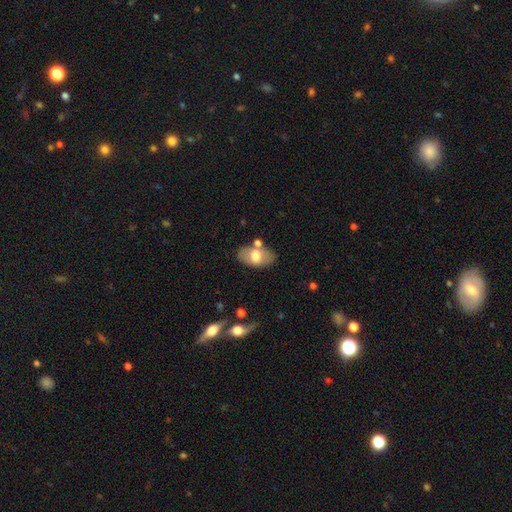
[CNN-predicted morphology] Smooth or featured: smooth — 66% (featured or disk — 27%)
How rounded: in between — 92% (round — 7%)
Merging: none — 73% (minor disturbance — 14%)